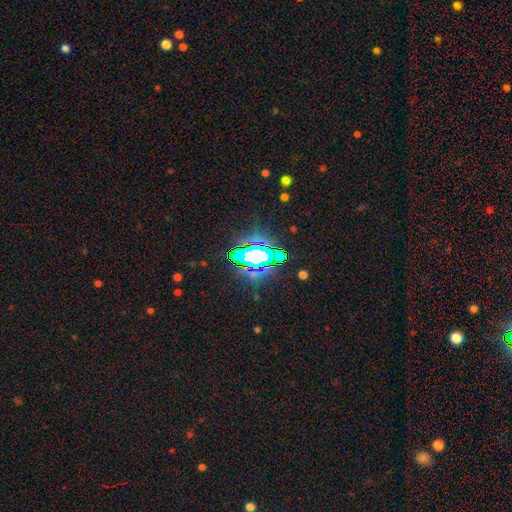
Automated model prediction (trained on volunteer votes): A star or artifact, not a galaxy (66%).